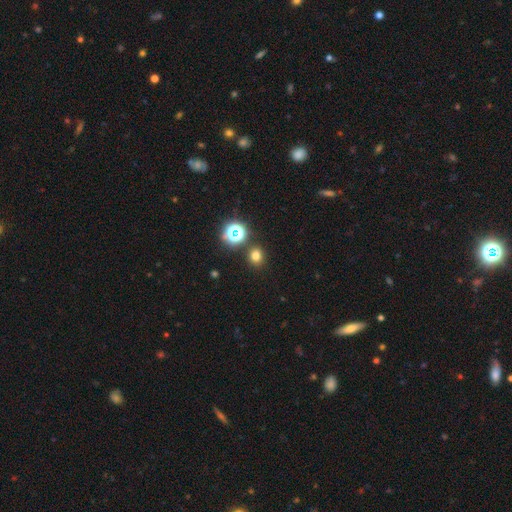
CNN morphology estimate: A smooth galaxy with no disk features (72%) that is round (78%). Merging: none (85%).